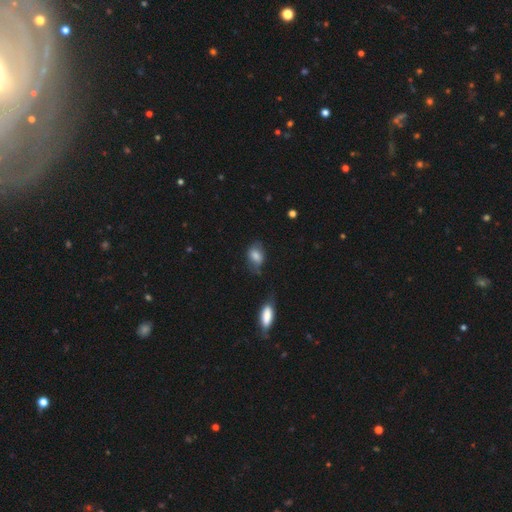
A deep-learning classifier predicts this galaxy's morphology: A smooth galaxy with no disk features (76%) that is in between round and cigar-shaped (78%).

Vote fractions:
- Smooth or featured? smooth: 76% / featured or disk: 15% / star or artifact: 8%
- How rounded? in between: 78% / round: 20% / cigar-shaped: 2%
- Merging? none: 53% / minor disturbance: 30% / major disturbance: 12% / merger: 5%